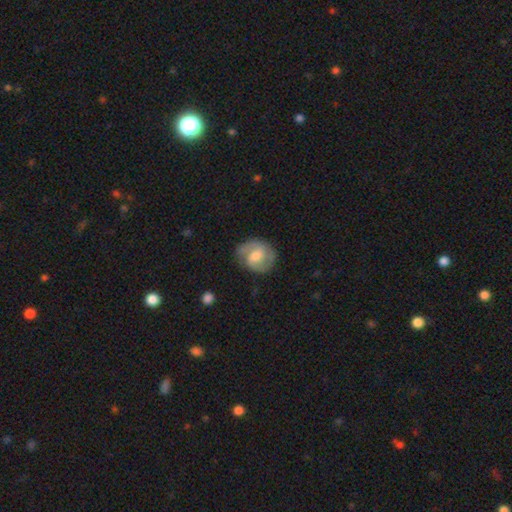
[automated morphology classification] smooth-or-featured: featured or disk: 63% | smooth: 30% | star or artifact: 6%
  disk-edge-on: no: 97% | yes: 3%
    bar: weak: 54% | no: 32% | strong: 14%
    has-spiral-arms: yes: 89% | no: 11%
      spiral-winding: medium: 49% | tight: 32% | loose: 19%
      spiral-arm-count: 2: 79% | can't tell: 10% | 1: 7% | 3: 2% | 4: 1% | more than 4: 1%
    bulge-size: moderate: 57% | small: 26% | large: 11% | none: 4% | dominant: 1%
  merging: none: 72% | minor disturbance: 19% | major disturbance: 7% | merger: 1%